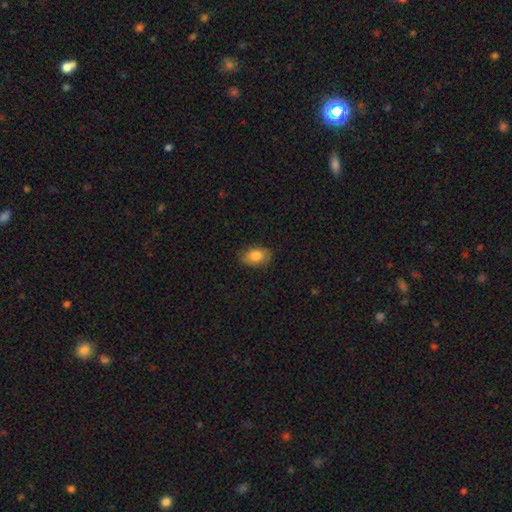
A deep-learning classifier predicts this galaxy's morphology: A smooth galaxy with no disk features (81%) that is in between round and cigar-shaped (88%).

Vote fractions:
- Smooth or featured? smooth: 81% / featured or disk: 11% / star or artifact: 7%
- How rounded? in between: 88% / round: 10% / cigar-shaped: 2%
- Merging? none: 83% / minor disturbance: 13% / major disturbance: 3% / merger: 1%